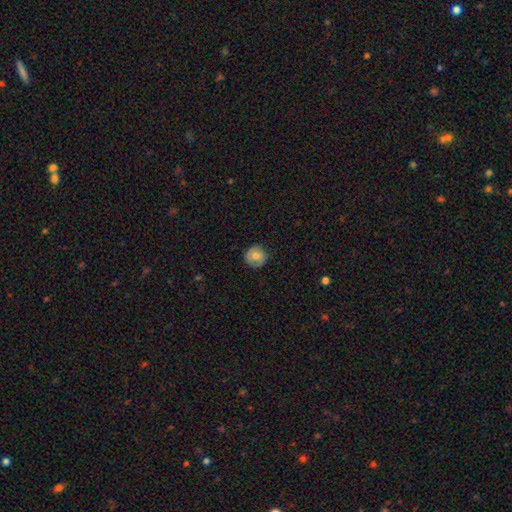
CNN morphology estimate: type=smooth (69%); roundness=round (92%); merging=none (83%).